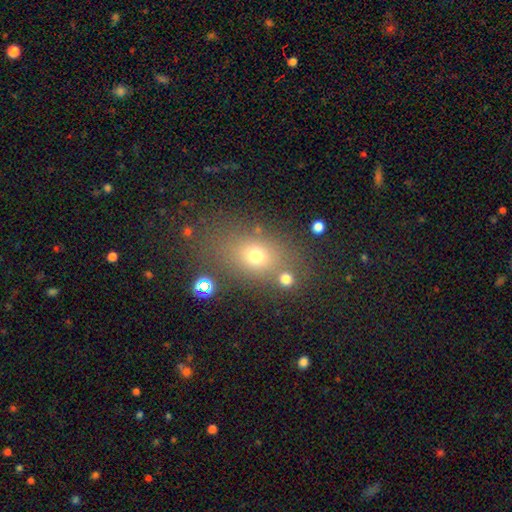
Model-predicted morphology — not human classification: Smooth or featured: smooth — 67% (star or artifact — 19%)
How rounded: in between — 63% (round — 34%)
Merging: none — 72% (minor disturbance — 13%)